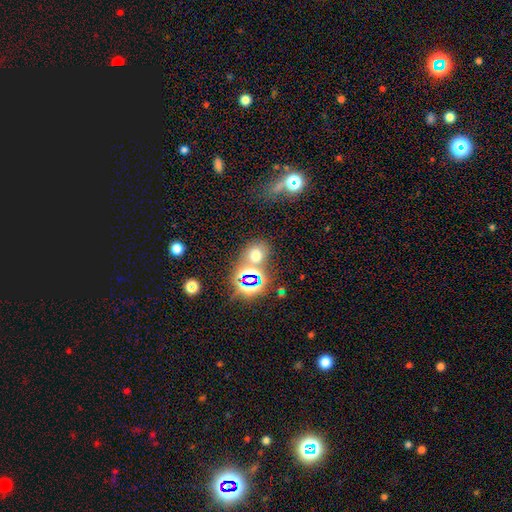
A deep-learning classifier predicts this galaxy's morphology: Smooth or featured? smooth (55%)
How rounded? round (60%)
Merging? none (63%)